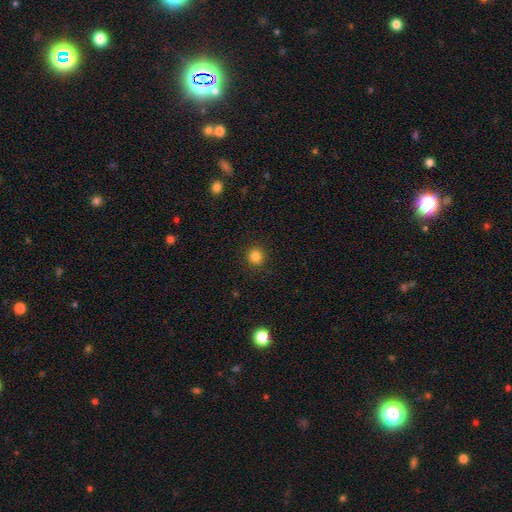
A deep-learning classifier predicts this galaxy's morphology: The model was most divided on "smooth or featured": smooth: 84%, star or artifact: 12%, featured or disk: 4%. More confident: how rounded — round (93%); merging — none (92%).